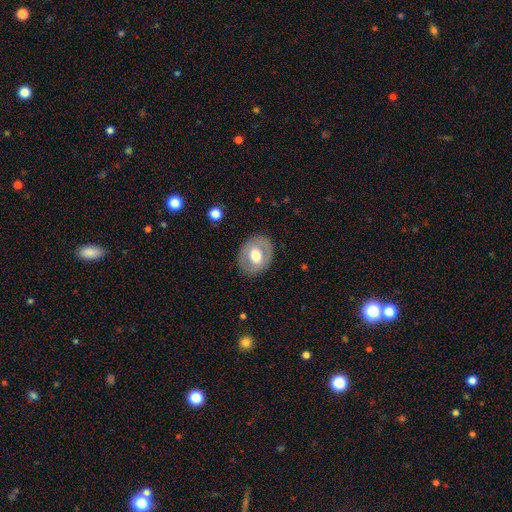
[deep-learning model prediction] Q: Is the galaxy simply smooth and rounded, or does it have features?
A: smooth — 53%.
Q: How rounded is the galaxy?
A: in between — 50%.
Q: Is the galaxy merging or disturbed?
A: none — 84%.